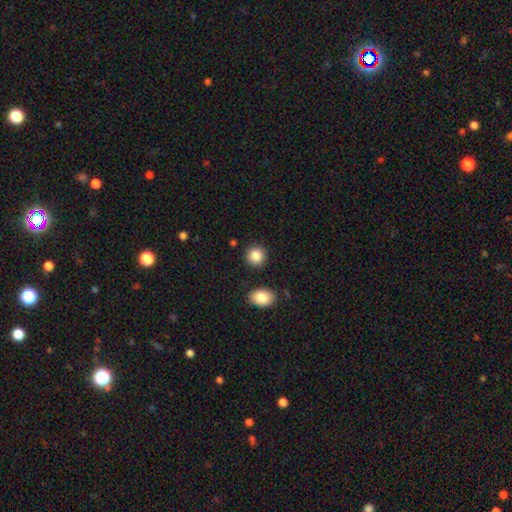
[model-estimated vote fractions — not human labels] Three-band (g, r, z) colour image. It shows a smooth galaxy with no disk features (87%) that is round (89%). Merging: none (88%).